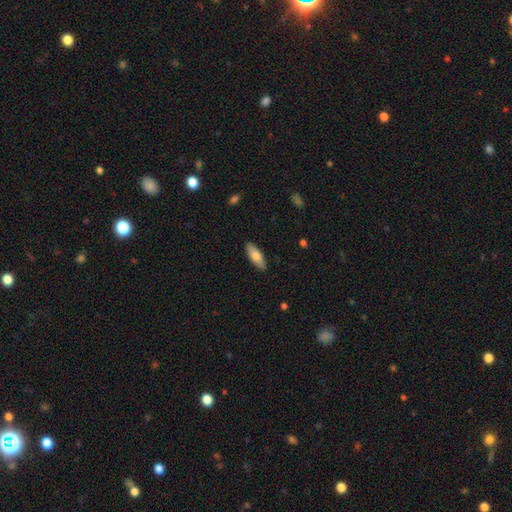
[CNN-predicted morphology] A smooth galaxy with no disk features (73%) that is in between round and cigar-shaped (67%).

Vote fractions:
- Smooth or featured? smooth: 73% / featured or disk: 21% / star or artifact: 6%
- How rounded? in between: 67% / cigar-shaped: 31% / round: 2%
- Merging? none: 88% / minor disturbance: 10% / major disturbance: 2% / merger: 1%